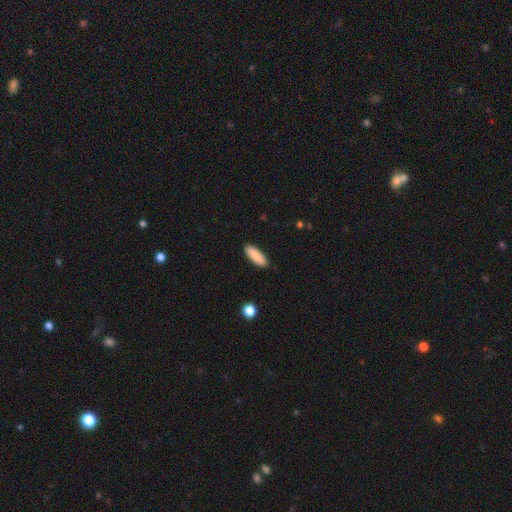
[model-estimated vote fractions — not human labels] This is clearly a smooth galaxy (89%). How rounded: possibly in between (60%). Merging: clearly none (90%).